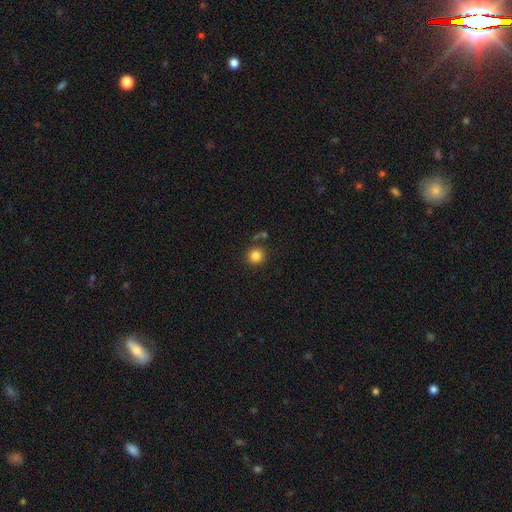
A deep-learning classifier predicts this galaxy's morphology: A smooth galaxy with no disk features (85%) that is round (93%).

Vote fractions:
- Smooth or featured? smooth: 85% / star or artifact: 11% / featured or disk: 5%
- How rounded? round: 93% / in between: 7% / cigar-shaped: 1%
- Merging? none: 80% / minor disturbance: 9% / merger: 7% / major disturbance: 4%